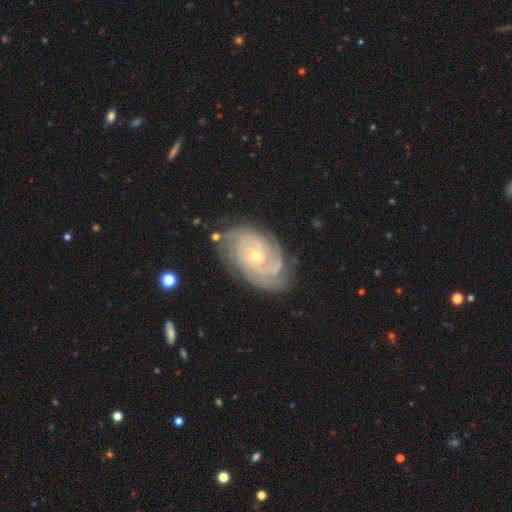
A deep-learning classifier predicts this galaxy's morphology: Smooth or featured: featured or disk — 90% (star or artifact — 5%)
Edge-on disk: no — 97% (yes — 3%)
Bar: no — 76% (weak — 19%)
Spiral arms: yes — 98% (no — 2%)
Spiral winding: tight — 77% (medium — 20%)
Spiral arm count: 3 — 28% (2 — 22%)
Bulge size: small — 69% (moderate — 28%)
Merging: none — 75% (minor disturbance — 18%)